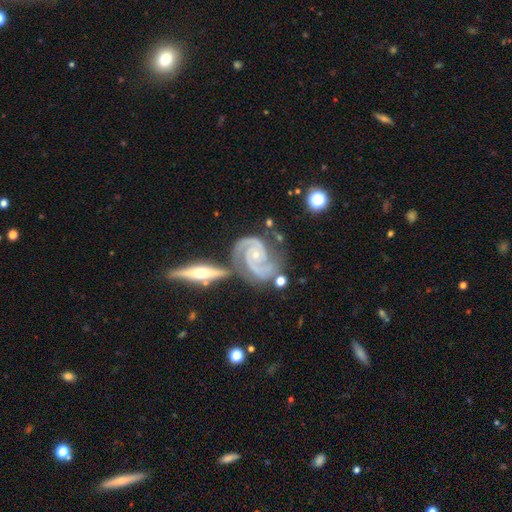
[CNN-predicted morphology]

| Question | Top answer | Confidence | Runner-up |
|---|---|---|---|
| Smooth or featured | featured or disk | 93% | star or artifact (4%) |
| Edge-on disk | no | 96% | yes (4%) |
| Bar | no | 70% | weak (21%) |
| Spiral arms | yes | 99% | no (1%) |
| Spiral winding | tight | 53% | medium (41%) |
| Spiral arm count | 2 | 88% | 3 (5%) |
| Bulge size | small | 73% | moderate (23%) |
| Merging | none | 55% | merger (20%) |